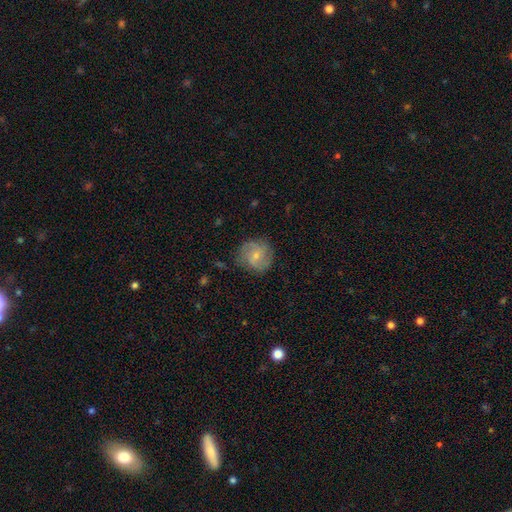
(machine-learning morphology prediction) A featured or disk galaxy (47%).

Vote fractions:
- Smooth or featured? featured or disk: 47% / smooth: 46% / star or artifact: 7%
- Merging? none: 74% / minor disturbance: 18% / major disturbance: 6% / merger: 1%